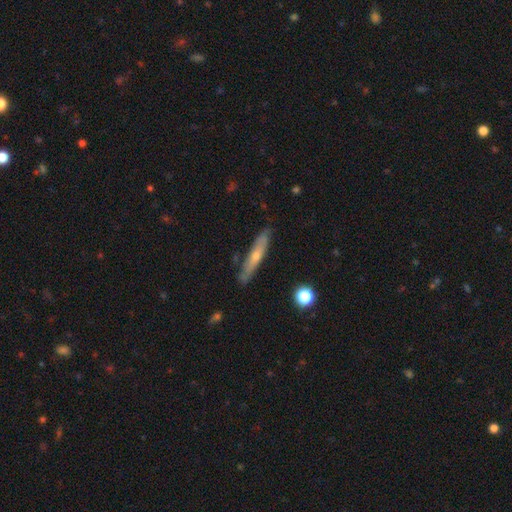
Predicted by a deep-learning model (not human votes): smooth-or-featured: featured or disk: 51% | smooth: 42% | star or artifact: 6%
  disk-edge-on: yes: 78% | no: 22%
  merging: none: 82% | minor disturbance: 14% | major disturbance: 2% | merger: 2%